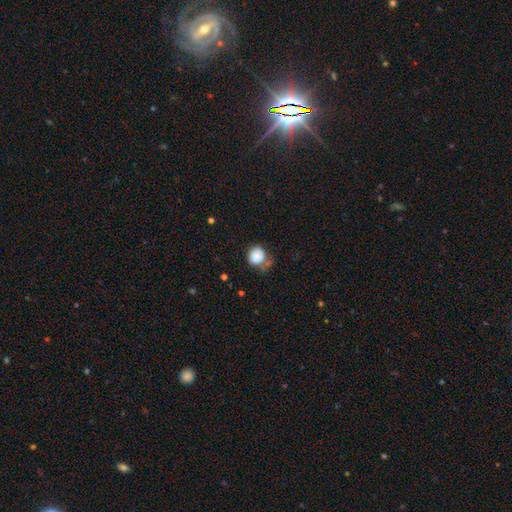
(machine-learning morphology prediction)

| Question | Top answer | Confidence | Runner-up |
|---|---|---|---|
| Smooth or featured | smooth | 81% | featured or disk (10%) |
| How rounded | round | 87% | in between (12%) |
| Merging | none | 53% | minor disturbance (25%) |